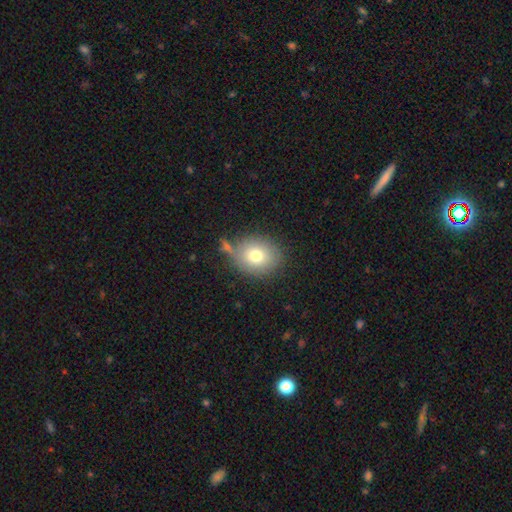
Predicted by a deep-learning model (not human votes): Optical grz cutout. It shows a smooth galaxy with no disk features (75%) that is round (65%). Merging: none (71%).